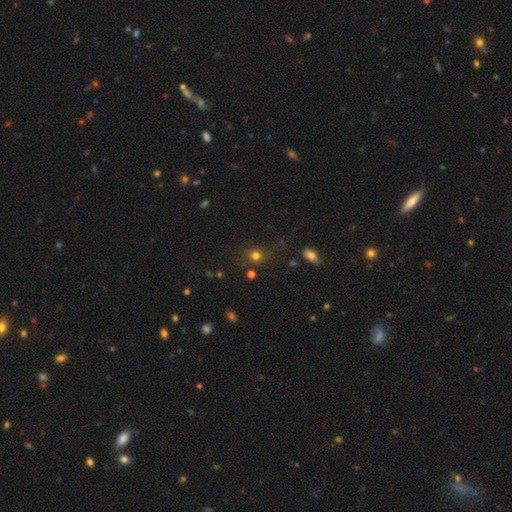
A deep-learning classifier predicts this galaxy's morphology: Smooth or featured: smooth — 73% (star or artifact — 19%)
How rounded: round — 80% (in between — 19%)
Merging: none — 73% (minor disturbance — 14%)